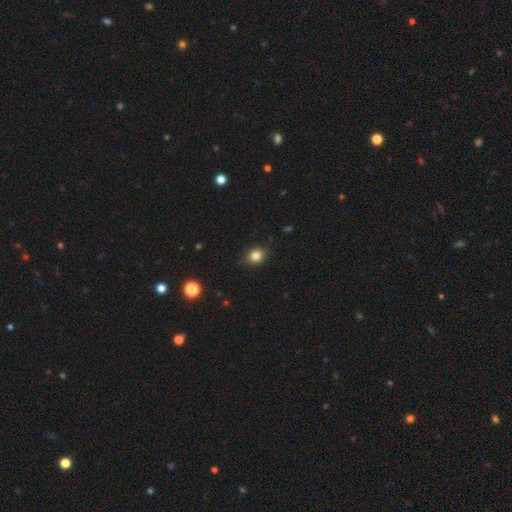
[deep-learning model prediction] Morphology: type=smooth (83%); roundness=round (59%); merging=none (85%).